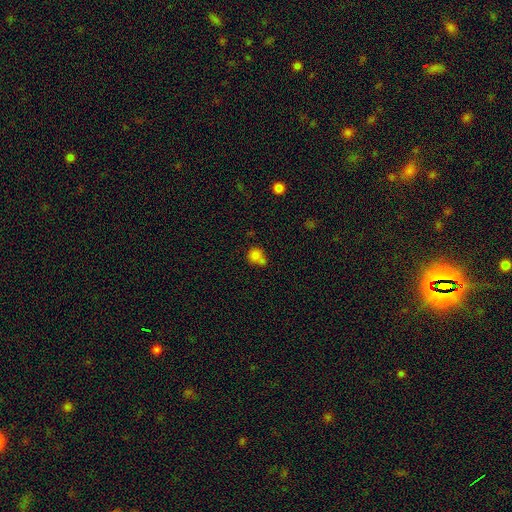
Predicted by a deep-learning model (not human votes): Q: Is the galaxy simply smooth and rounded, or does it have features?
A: smooth — 79%.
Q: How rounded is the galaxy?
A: round — 79%.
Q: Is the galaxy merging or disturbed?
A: merger — 43%.